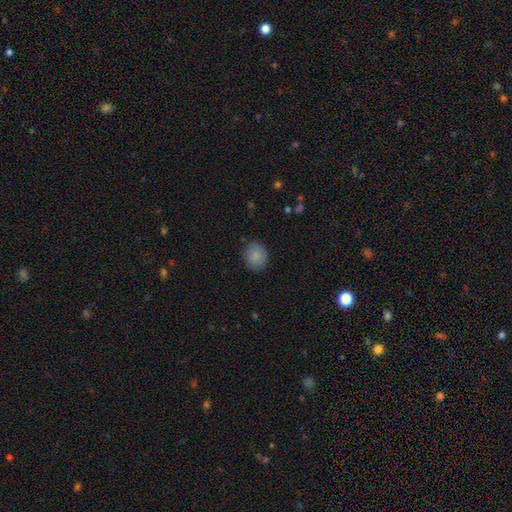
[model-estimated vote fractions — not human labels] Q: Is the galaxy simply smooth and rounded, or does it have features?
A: smooth — 87%.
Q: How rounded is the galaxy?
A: round — 67%.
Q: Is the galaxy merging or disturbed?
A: none — 85%.